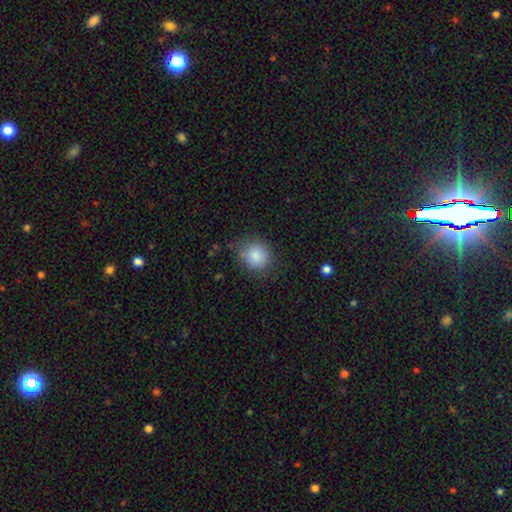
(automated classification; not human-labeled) The model was most divided on "merging": none: 71%, minor disturbance: 20%, major disturbance: 6%, merger: 2%. More confident: smooth or featured — smooth (84%); how rounded — round (80%).